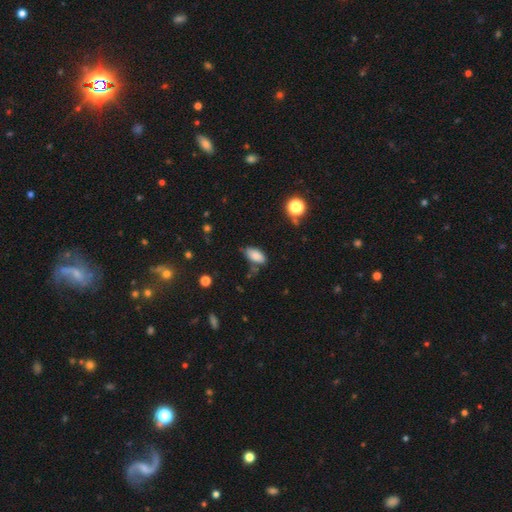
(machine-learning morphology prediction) Smooth or featured?
  - smooth: 84% *
  - star or artifact: 9%
  - featured or disk: 7%
How rounded?
  - in between: 91% *
  - cigar-shaped: 5%
  - round: 3%
Merging?
  - none: 60% *
  - minor disturbance: 29%
  - major disturbance: 6%
  - merger: 5%